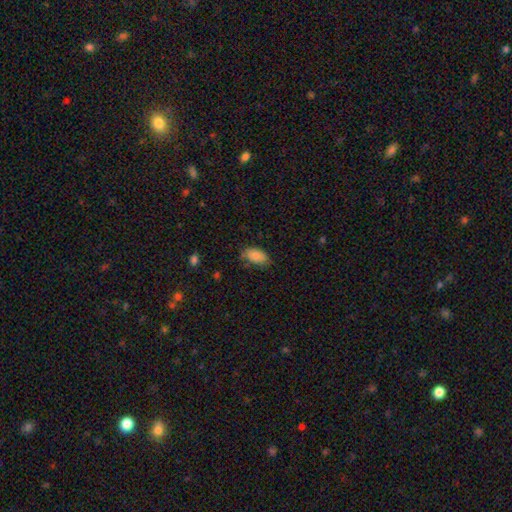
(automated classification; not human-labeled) Smooth or featured?
  - smooth: 86% *
  - star or artifact: 7%
  - featured or disk: 6%
How rounded?
  - in between: 93% *
  - round: 5%
  - cigar-shaped: 2%
Merging?
  - none: 69% *
  - minor disturbance: 23%
  - major disturbance: 5%
  - merger: 2%